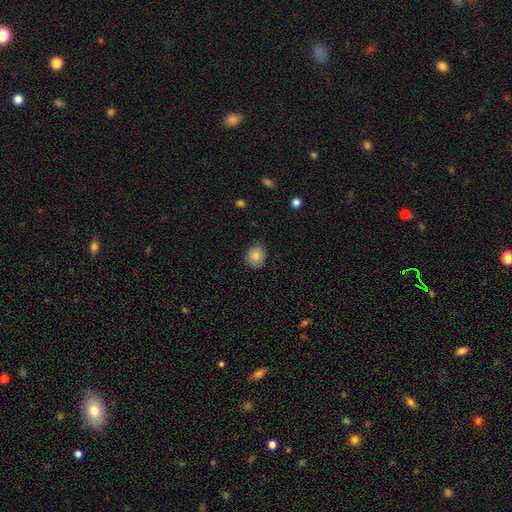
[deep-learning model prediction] A smooth galaxy with no disk features (83%) that is round (65%). Merging: none (83%).